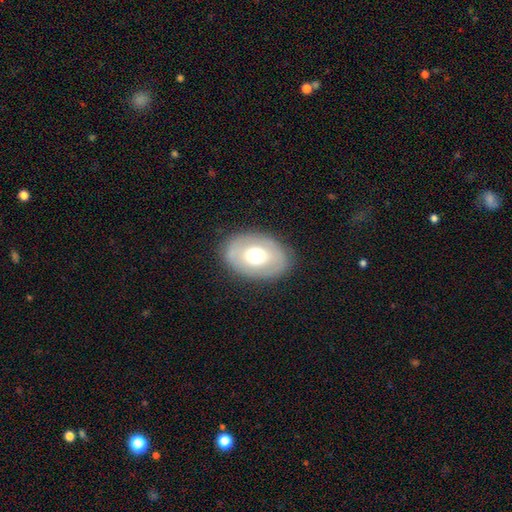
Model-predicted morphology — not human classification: Smooth or featured: smooth — 56% (featured or disk — 36%)
How rounded: in between — 76% (round — 23%)
Merging: none — 83% (minor disturbance — 11%)